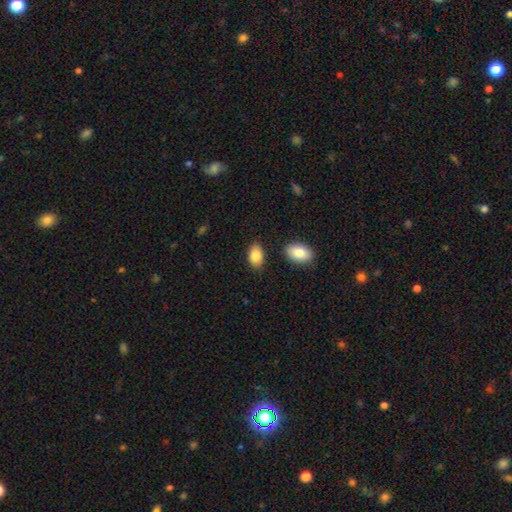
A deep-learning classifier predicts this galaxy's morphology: A smooth galaxy with no disk features (86%) that is in between round and cigar-shaped (92%). Merging: none (82%).